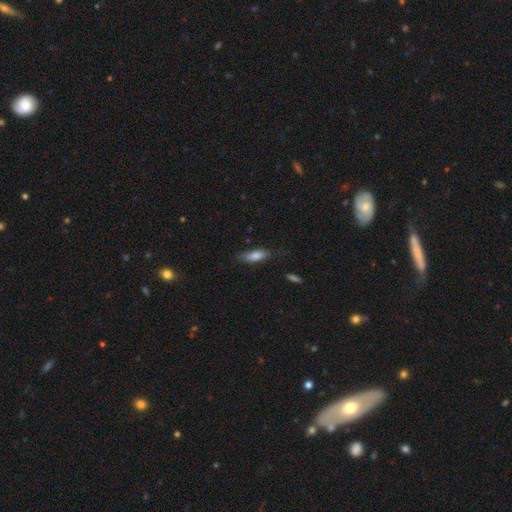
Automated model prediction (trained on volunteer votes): Morphology: type=smooth (75%); roundness=in between (57%); merging=none (68%).